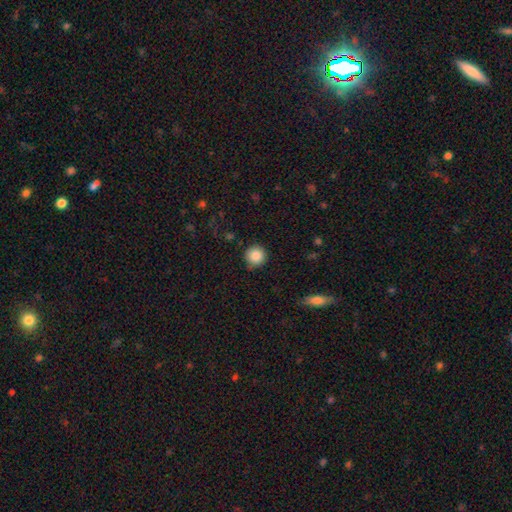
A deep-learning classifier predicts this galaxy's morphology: The model was most divided on "smooth or featured": smooth: 86%, star or artifact: 9%, featured or disk: 5%. More confident: how rounded — round (94%); merging — none (87%).